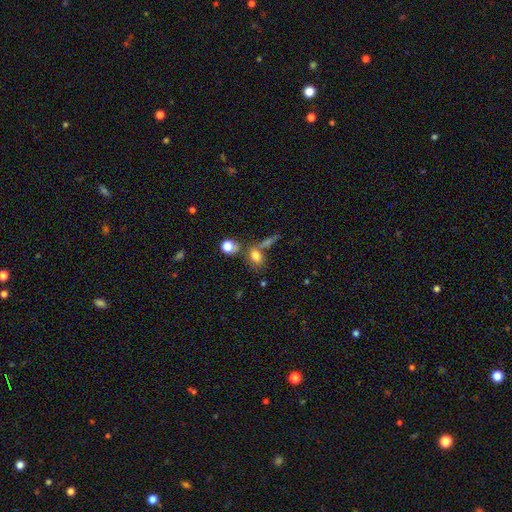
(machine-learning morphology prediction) smooth 75%, star or artifact 13%, featured or disk 11%. Down the decision tree: how rounded — in between (66%); merging — none (52%).